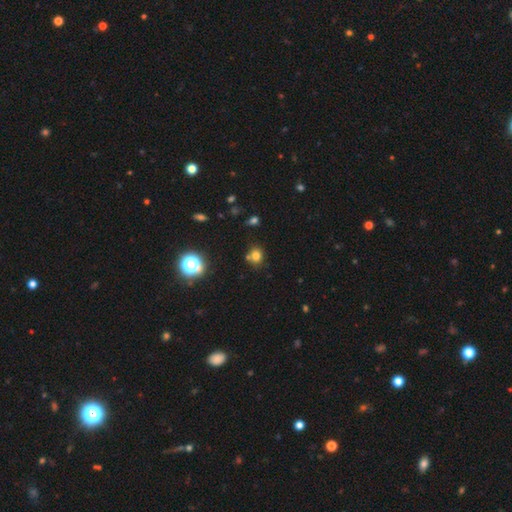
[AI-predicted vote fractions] This is likely a smooth galaxy (73%). How rounded: likely round (77%). Merging: likely none (67%).